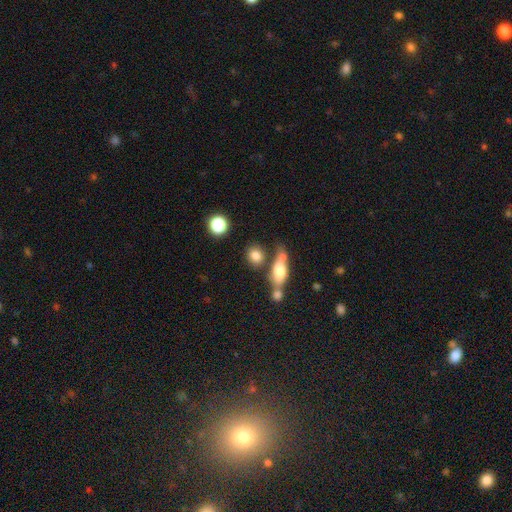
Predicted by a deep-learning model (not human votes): Smooth or featured? Predicted: smooth (p=0.79). How rounded? Predicted: round (p=0.58). Merging? Predicted: none (p=0.64).